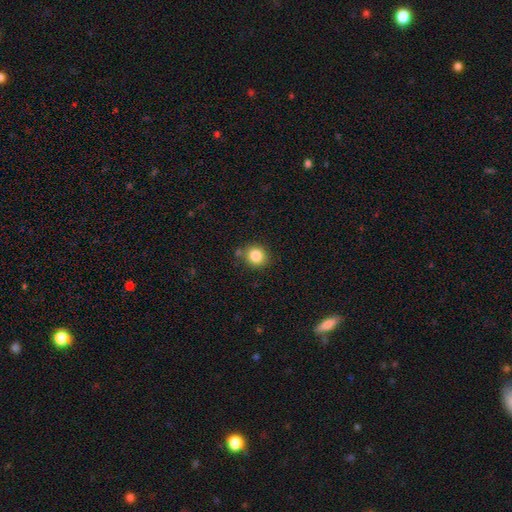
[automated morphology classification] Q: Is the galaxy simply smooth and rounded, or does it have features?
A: smooth — 84%.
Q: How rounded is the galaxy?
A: round — 83%.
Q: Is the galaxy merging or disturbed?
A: none — 81%.